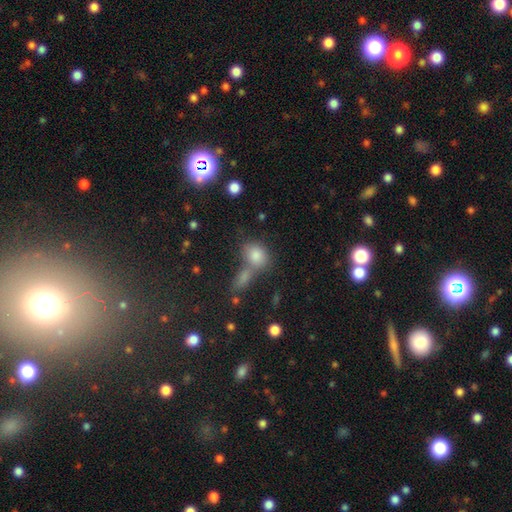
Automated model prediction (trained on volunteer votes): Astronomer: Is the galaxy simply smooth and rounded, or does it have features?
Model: smooth — 77%.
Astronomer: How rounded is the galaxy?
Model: in between — 55% (runner-up: round, 42%).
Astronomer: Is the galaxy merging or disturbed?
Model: none — 49% (runner-up: merger, 35%).